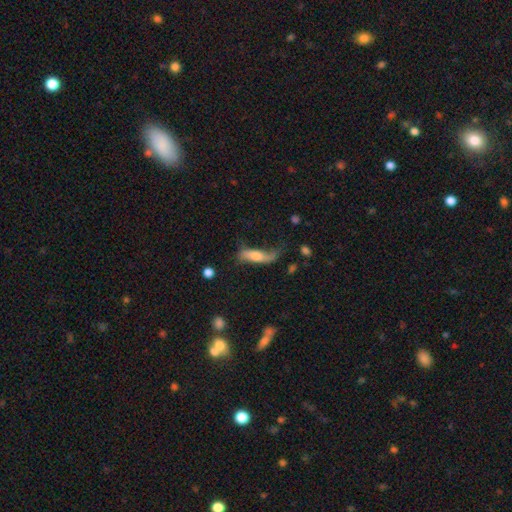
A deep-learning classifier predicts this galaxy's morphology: Overall: smooth (49%; featured or disk 44%). Merging: none (42%; minor disturbance 30%).